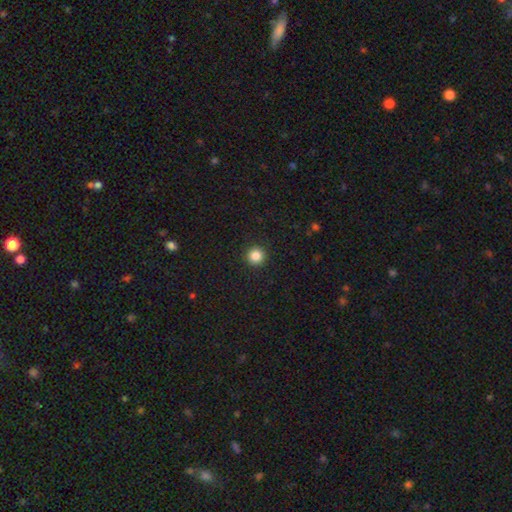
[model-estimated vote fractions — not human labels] smooth 85%, star or artifact 11%, featured or disk 4%. Down the decision tree: how rounded — round (96%); merging — none (93%).